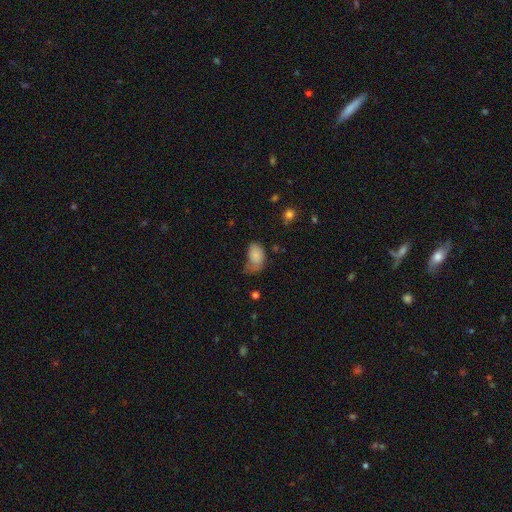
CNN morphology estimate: Smooth or featured? Predicted: smooth (p=0.79). How rounded? Predicted: in between (p=0.88). Merging? Predicted: minor disturbance (p=0.35).